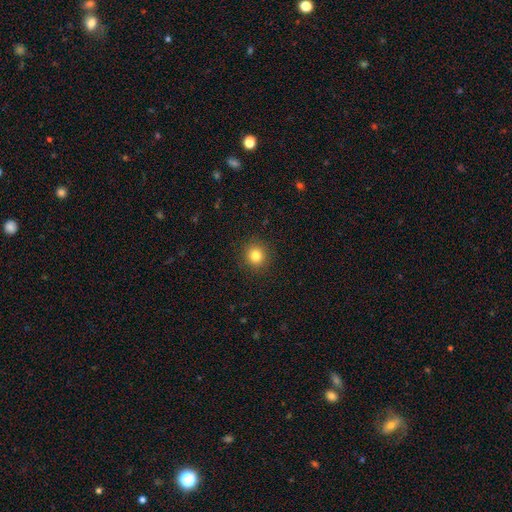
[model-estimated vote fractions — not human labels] A smooth galaxy with no disk features (82%) that is round (92%).

Vote fractions:
- Smooth or featured? smooth: 82% / star or artifact: 12% / featured or disk: 6%
- How rounded? round: 92% / in between: 7% / cigar-shaped: 1%
- Merging? none: 91% / minor disturbance: 6% / major disturbance: 2% / merger: 1%